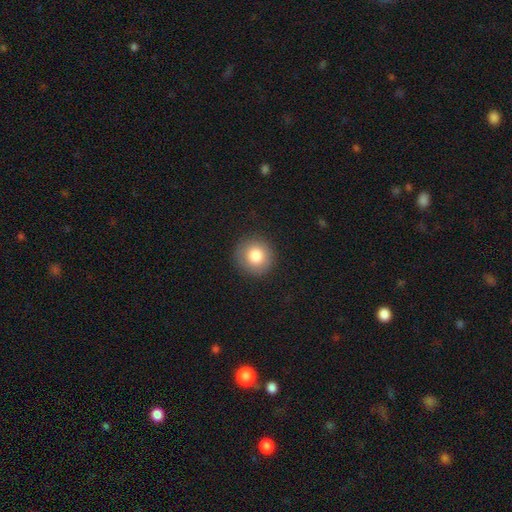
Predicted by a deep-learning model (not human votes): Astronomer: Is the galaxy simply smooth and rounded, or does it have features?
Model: smooth — 82%.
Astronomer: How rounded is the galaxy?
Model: round — 93%.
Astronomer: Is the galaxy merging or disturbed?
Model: none — 90%.